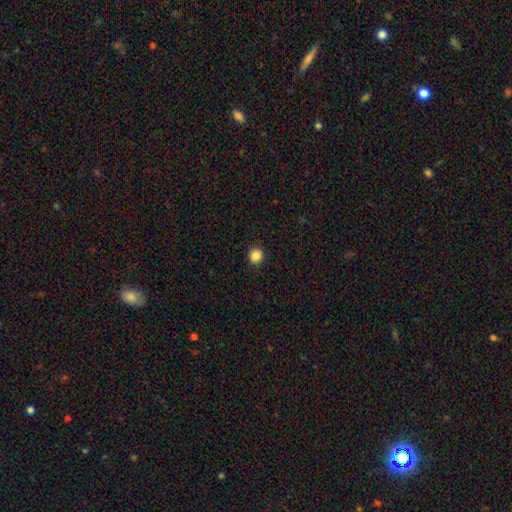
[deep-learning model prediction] Morphology: type=smooth (86%); roundness=round (91%); merging=none (92%).